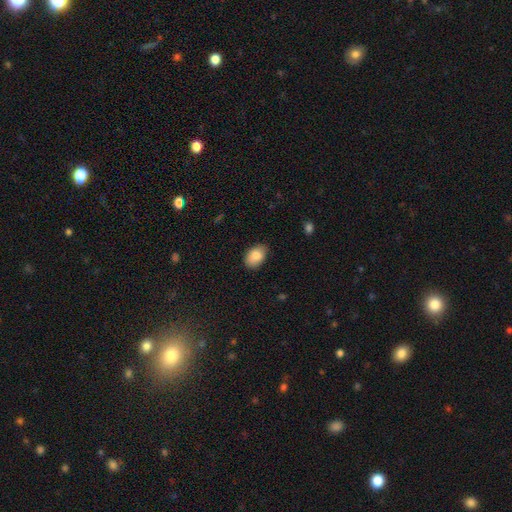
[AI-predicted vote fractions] Smooth or featured? smooth (85%)
How rounded? in between (88%)
Merging? none (82%)